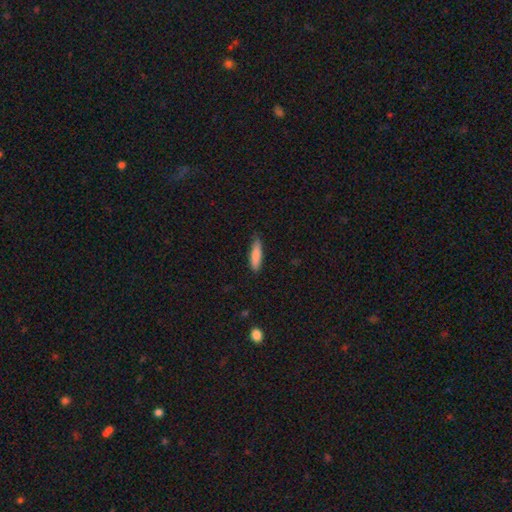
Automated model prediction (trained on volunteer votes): The model was most divided on "how rounded": cigar-shaped: 72%, in between: 27%, round: 1%. More confident: smooth or featured — smooth (84%); merging — none (80%).